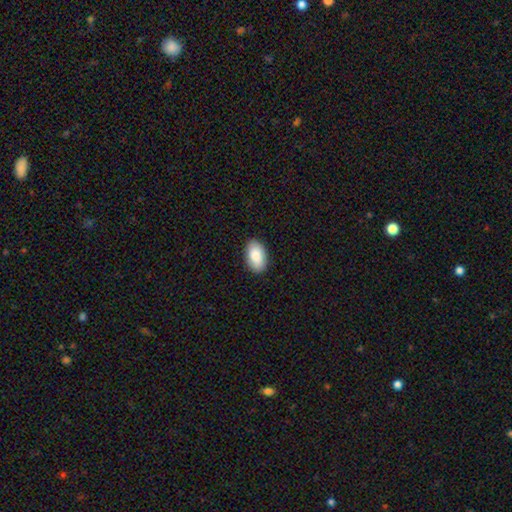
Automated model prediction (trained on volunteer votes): Overall: smooth (86%). How rounded: in between (94%). Merging: none (89%).